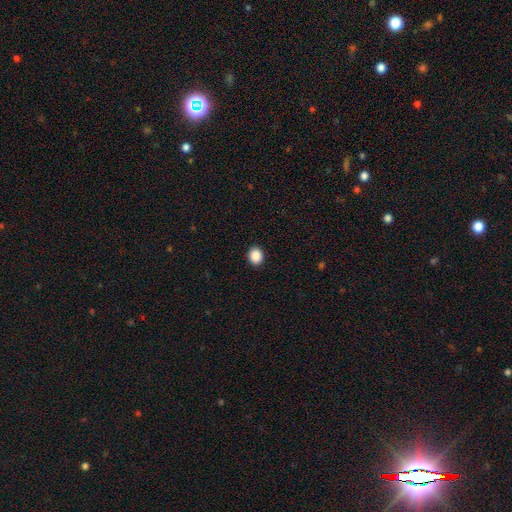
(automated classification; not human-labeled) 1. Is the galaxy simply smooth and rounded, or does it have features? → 89% smooth, 9% star or artifact, 3% featured or disk.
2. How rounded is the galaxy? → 62% round, 37% in between, 1% cigar-shaped.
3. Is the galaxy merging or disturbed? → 92% none, 6% minor disturbance, 2% major disturbance, 1% merger.